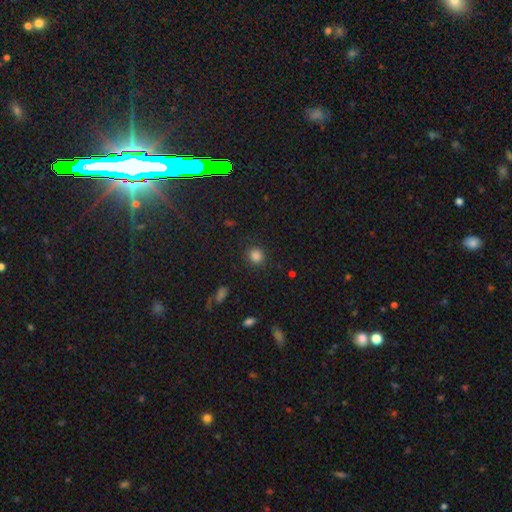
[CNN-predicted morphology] The model was most divided on "smooth or featured": smooth: 84%, star or artifact: 12%, featured or disk: 3%. More confident: merging — none (88%); how rounded — round (87%).